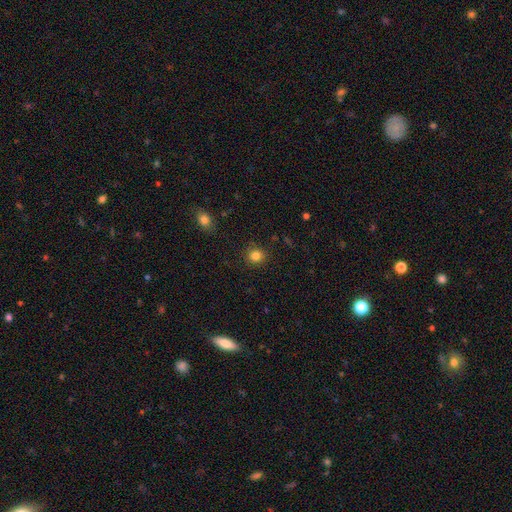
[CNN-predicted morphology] A smooth galaxy with no disk features (83%) that is round (88%).

Vote fractions:
- Smooth or featured? smooth: 83% / star or artifact: 12% / featured or disk: 5%
- How rounded? round: 88% / in between: 11% / cigar-shaped: 1%
- Merging? none: 89% / minor disturbance: 8% / major disturbance: 2% / merger: 1%